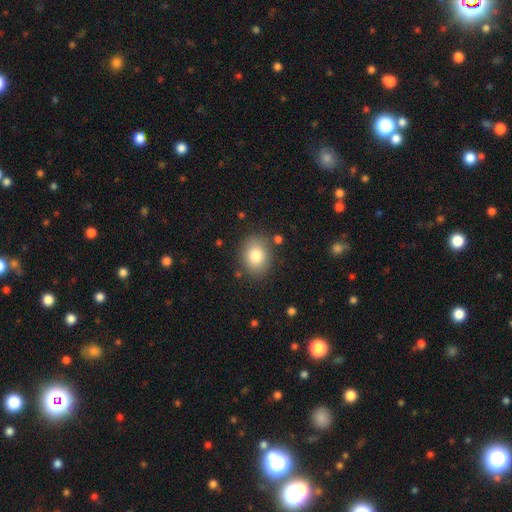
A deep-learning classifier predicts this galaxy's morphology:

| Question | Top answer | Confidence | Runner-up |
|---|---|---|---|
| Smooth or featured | smooth | 82% | featured or disk (9%) |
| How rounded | in between | 50% | round (49%) |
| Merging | none | 82% | minor disturbance (11%) |